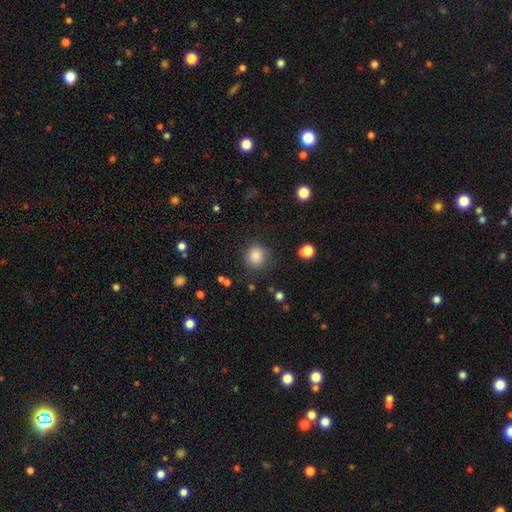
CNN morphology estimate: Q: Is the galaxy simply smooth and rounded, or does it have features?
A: smooth — 85%.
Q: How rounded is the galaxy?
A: round — 88%.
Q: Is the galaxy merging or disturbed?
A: none — 84%.